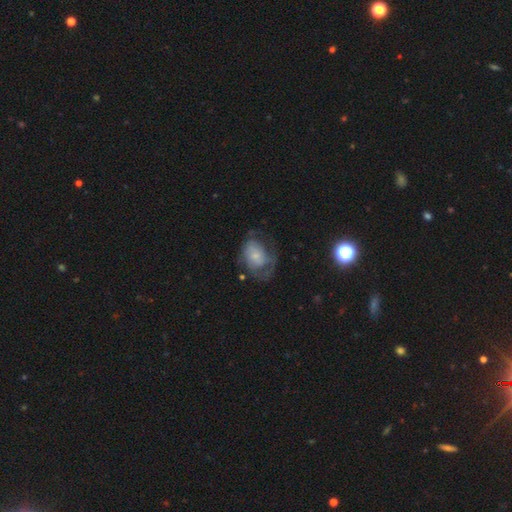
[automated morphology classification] Smooth or featured: featured or disk — 46% (smooth — 45%)
Merging: major disturbance — 38% (none — 33%)